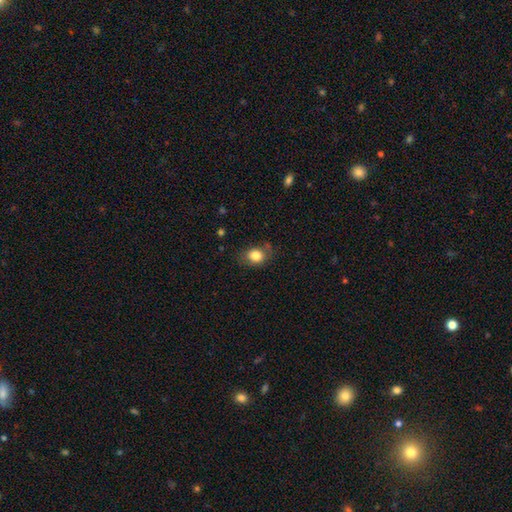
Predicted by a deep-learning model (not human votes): This is clearly a smooth galaxy (82%). How rounded: possibly in between (50%). Merging: likely none (70%).